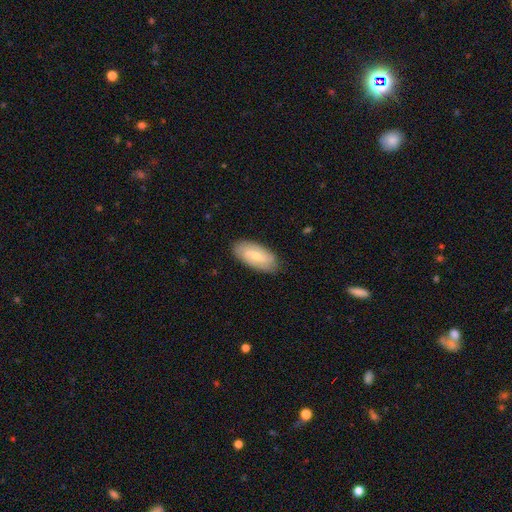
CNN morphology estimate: This appears to be a featured or disk galaxy (51%). Merging: none (85%).